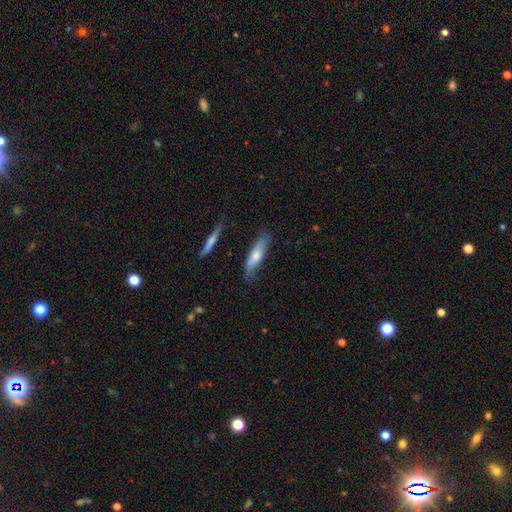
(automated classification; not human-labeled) This is likely a smooth galaxy (63%). How rounded: likely cigar-shaped (67%). Merging: likely none (72%).